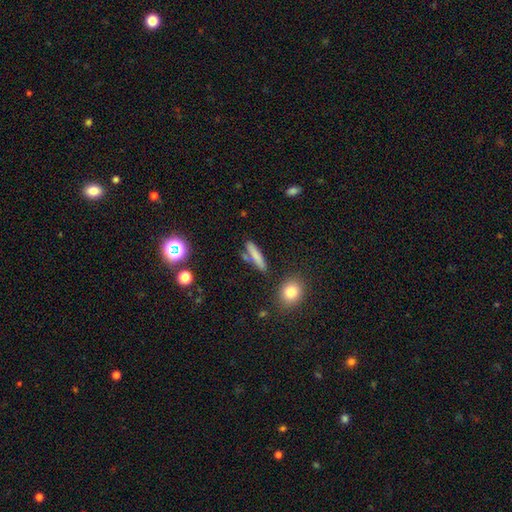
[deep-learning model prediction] smooth-or-featured: smooth: 76% | featured or disk: 14% | star or artifact: 9%
  how-rounded: cigar-shaped: 80% | in between: 16% | round: 4%
  merging: none: 73% | minor disturbance: 13% | merger: 11% | major disturbance: 4%